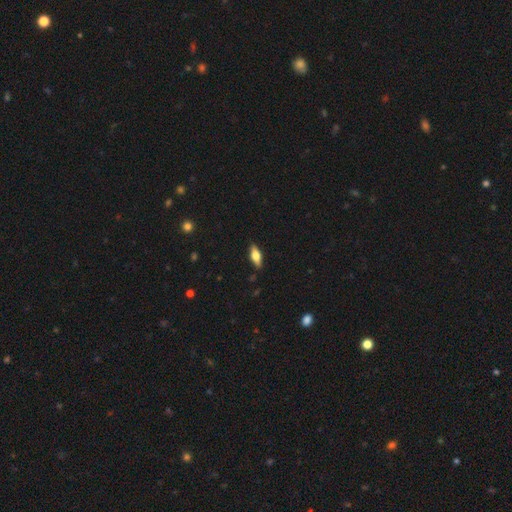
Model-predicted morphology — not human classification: Smooth or featured: smooth — 60% (featured or disk — 33%)
How rounded: in between — 68% (cigar-shaped — 29%)
Merging: none — 87% (minor disturbance — 10%)